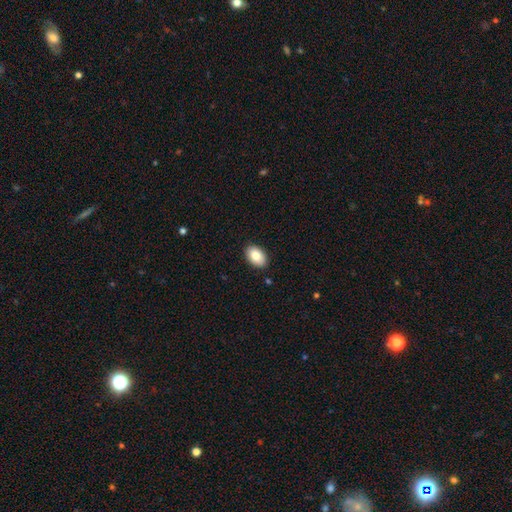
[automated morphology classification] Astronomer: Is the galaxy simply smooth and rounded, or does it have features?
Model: smooth — 84%.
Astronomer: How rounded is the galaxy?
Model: in between — 91%.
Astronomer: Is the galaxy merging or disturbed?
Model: none — 89%.